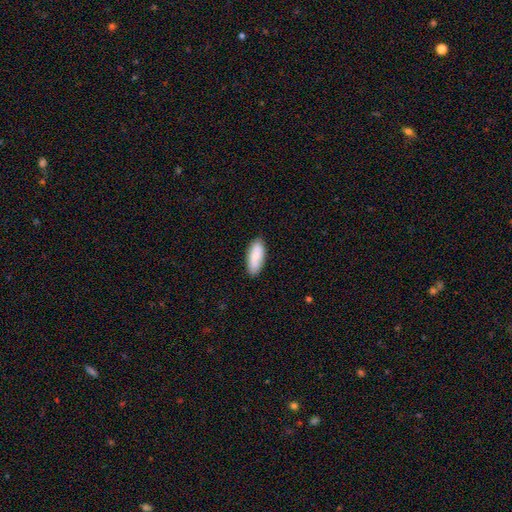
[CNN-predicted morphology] smooth_or_featured: smooth (p=0.85) [alt: featured or disk p=0.09]
how_rounded: in between (p=0.80) [alt: cigar-shaped p=0.19]
merging: none (p=0.85) [alt: minor disturbance p=0.12]